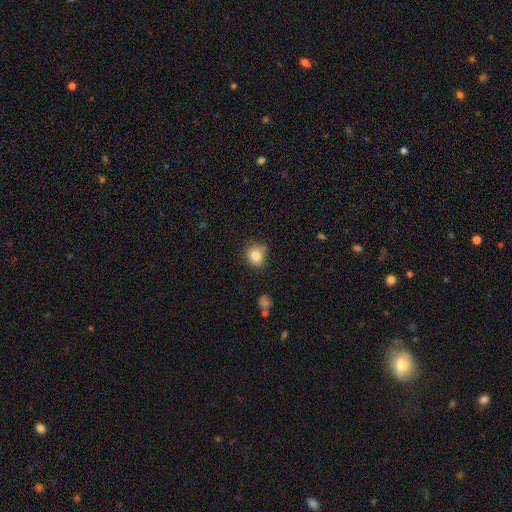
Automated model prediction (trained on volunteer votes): Q: Smooth or featured?
A: smooth (82%); runner-up: star or artifact (11%)
Q: How rounded?
A: round (69%); runner-up: in between (30%)
Q: Merging?
A: none (65%); runner-up: minor disturbance (25%)